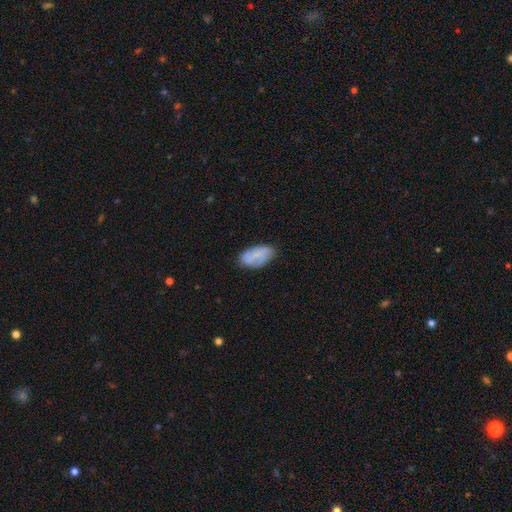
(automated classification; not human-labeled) A smooth galaxy with no disk features (64%) that is in between round and cigar-shaped (93%). Merging: none (74%).